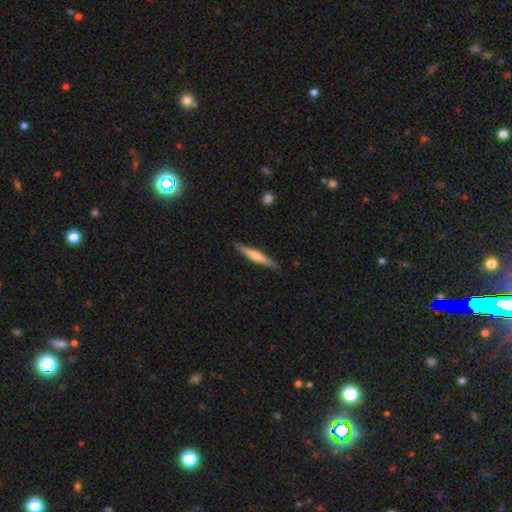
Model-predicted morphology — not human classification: Smooth or featured?
  - featured or disk: 51% *
  - smooth: 44%
  - star or artifact: 5%
Edge-on disk?
  - yes: 96% *
  - no: 4%
Merging?
  - none: 88% *
  - minor disturbance: 9%
  - major disturbance: 2%
  - merger: 1%